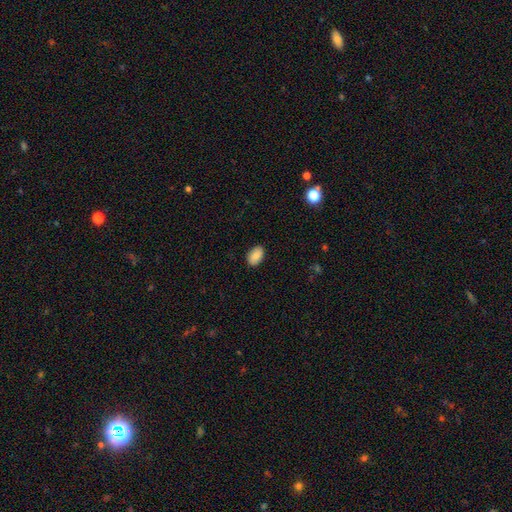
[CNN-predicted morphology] A smooth galaxy with no disk features (89%) that is in between round and cigar-shaped (91%).

Vote fractions:
- Smooth or featured? smooth: 89% / star or artifact: 7% / featured or disk: 4%
- How rounded? in between: 91% / round: 7% / cigar-shaped: 1%
- Merging? none: 87% / minor disturbance: 10% / major disturbance: 2% / merger: 1%